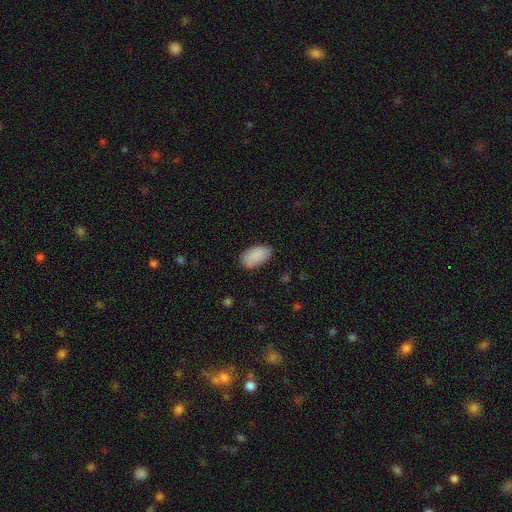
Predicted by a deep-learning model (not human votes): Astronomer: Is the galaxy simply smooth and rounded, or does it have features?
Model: smooth — 89%.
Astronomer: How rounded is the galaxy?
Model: in between — 95%.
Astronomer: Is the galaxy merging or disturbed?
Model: none — 78%.